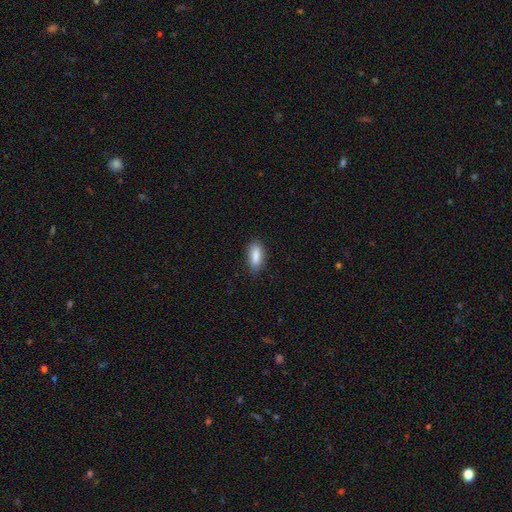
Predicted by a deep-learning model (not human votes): Smooth or featured? smooth (85%)
How rounded? in between (76%)
Merging? none (81%)